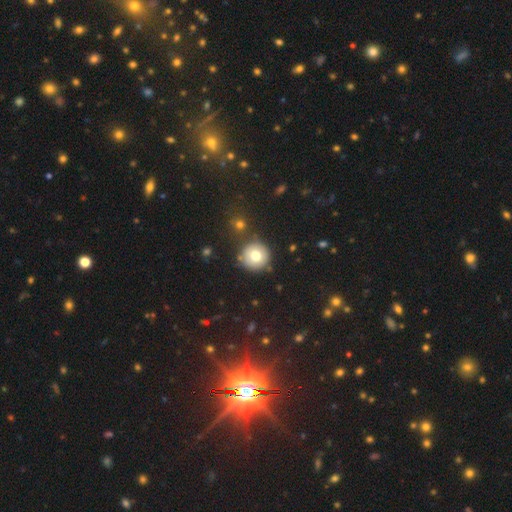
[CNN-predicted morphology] A smooth galaxy with no disk features (73%) that is round (95%).

Vote fractions:
- Smooth or featured? smooth: 73% / featured or disk: 16% / star or artifact: 11%
- How rounded? round: 95% / in between: 4% / cigar-shaped: 1%
- Merging? none: 83% / minor disturbance: 9% / merger: 5% / major disturbance: 3%